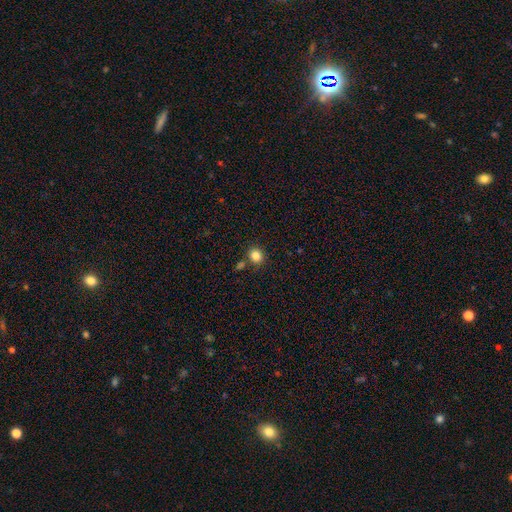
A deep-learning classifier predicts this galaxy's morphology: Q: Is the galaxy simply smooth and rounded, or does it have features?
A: smooth — 84%.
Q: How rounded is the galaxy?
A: round — 81%.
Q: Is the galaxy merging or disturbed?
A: none — 80%.